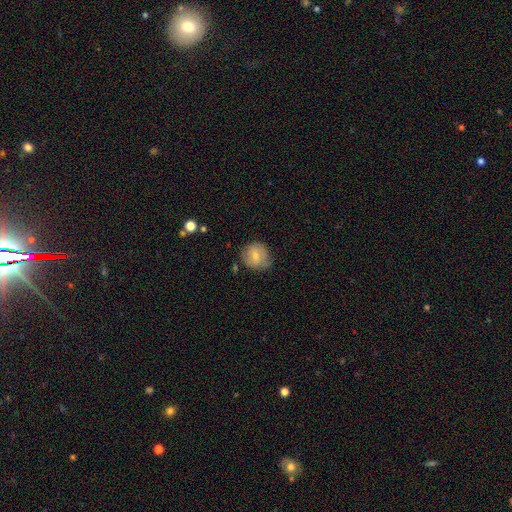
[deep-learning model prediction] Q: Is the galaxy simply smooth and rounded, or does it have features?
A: smooth — 69%.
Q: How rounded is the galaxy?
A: round — 82%.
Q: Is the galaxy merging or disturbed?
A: none — 67%.